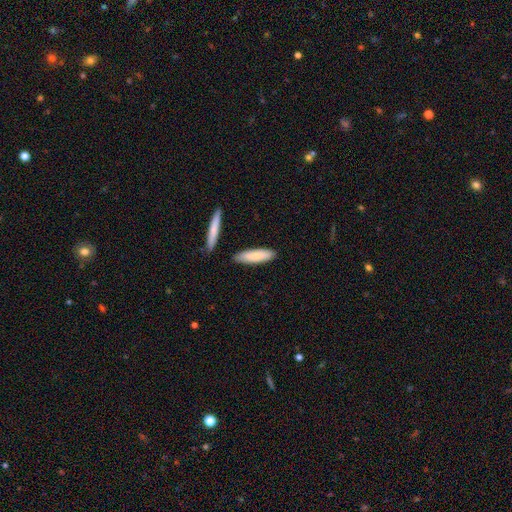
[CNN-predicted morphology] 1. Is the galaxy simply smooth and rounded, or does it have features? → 82% smooth, 13% featured or disk, 5% star or artifact.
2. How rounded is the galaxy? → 65% cigar-shaped, 34% in between, 1% round.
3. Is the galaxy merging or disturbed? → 83% none, 11% minor disturbance, 5% merger, 2% major disturbance.